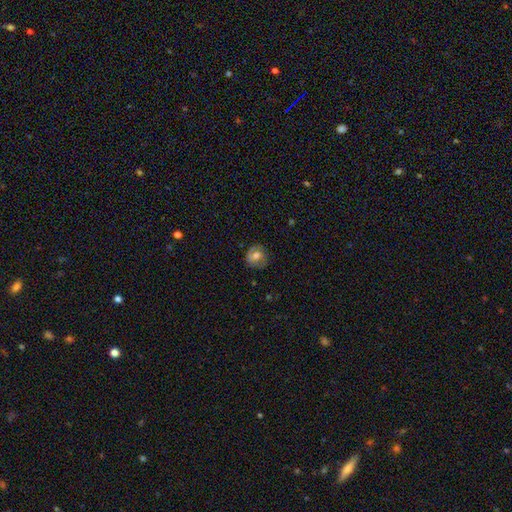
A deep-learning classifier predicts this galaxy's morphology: Smooth or featured?
  - smooth: 61% *
  - featured or disk: 30%
  - star or artifact: 9%
How rounded?
  - round: 82% *
  - in between: 17%
  - cigar-shaped: 1%
Merging?
  - none: 75% *
  - minor disturbance: 18%
  - major disturbance: 5%
  - merger: 1%